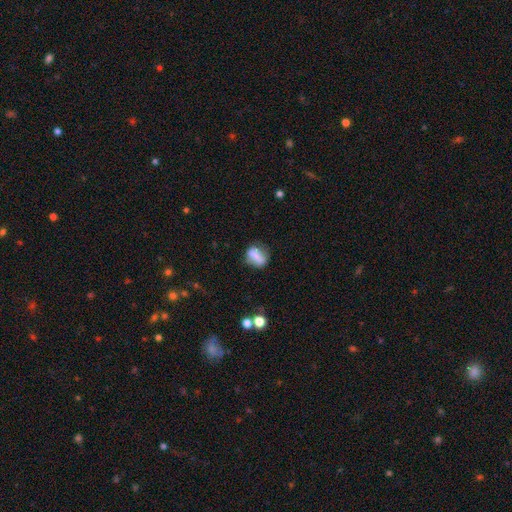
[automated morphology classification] This appears to be a smooth galaxy with no disk features (63%) that is in between round and cigar-shaped (60%). Merging: none (56%).